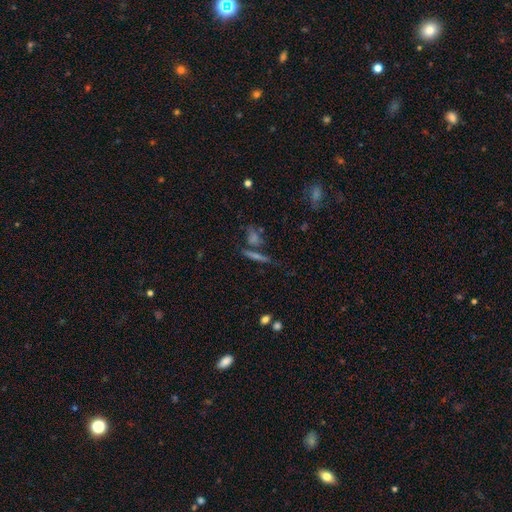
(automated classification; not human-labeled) Smooth or featured?
  - featured or disk: 39% *
  - smooth: 36%
  - star or artifact: 25%
Merging?
  - none: 68% *
  - merger: 16%
  - minor disturbance: 11%
  - major disturbance: 5%